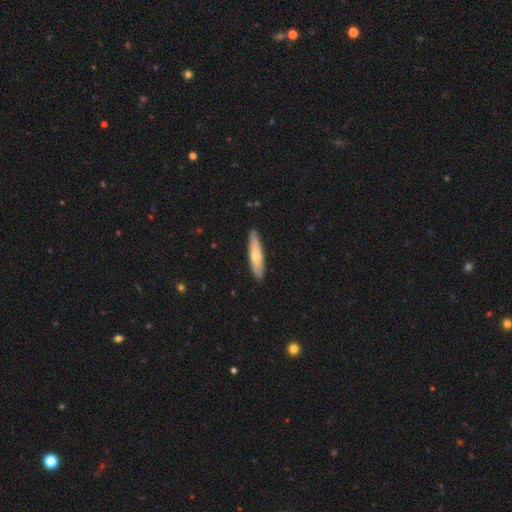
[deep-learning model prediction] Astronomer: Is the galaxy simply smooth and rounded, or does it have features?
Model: smooth — 57% (runner-up: featured or disk, 38%).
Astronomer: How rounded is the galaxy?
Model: cigar-shaped — 83%.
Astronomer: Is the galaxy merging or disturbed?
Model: none — 88%.